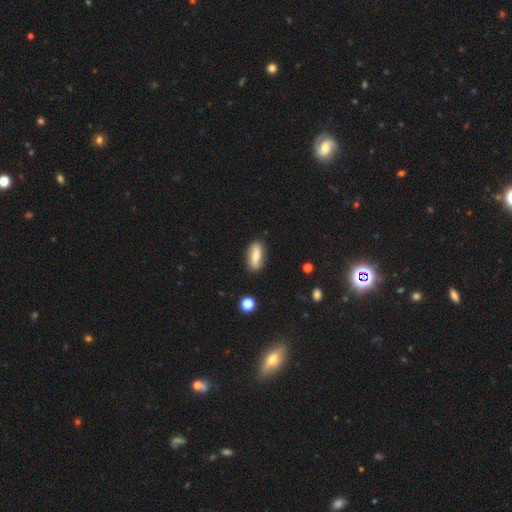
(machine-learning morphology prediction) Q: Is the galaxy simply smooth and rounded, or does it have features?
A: smooth — 66%.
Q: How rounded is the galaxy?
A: in between — 75%.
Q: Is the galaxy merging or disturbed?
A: none — 84%.